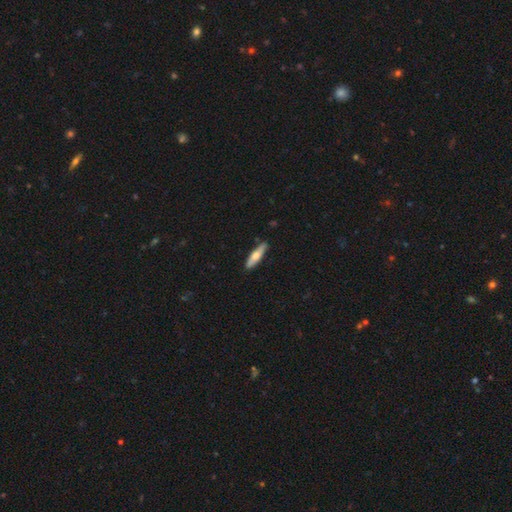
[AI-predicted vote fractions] The model was most divided on "smooth or featured": smooth: 56%, featured or disk: 38%, star or artifact: 5%. More confident: merging — none (87%); how rounded — cigar-shaped (76%).